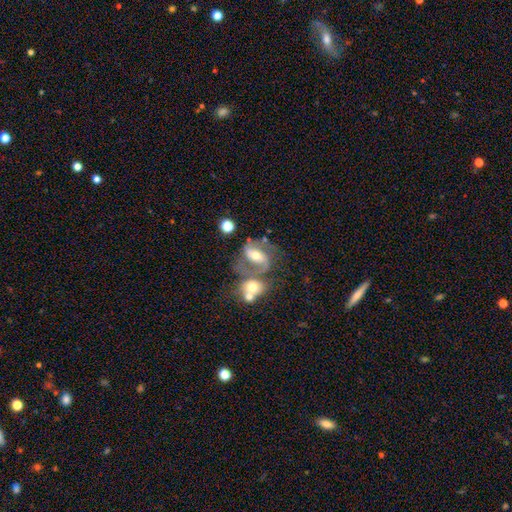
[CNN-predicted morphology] type=featured or disk (74%); edge-on=no (96%); bar=strong (40%); spiral arms=yes (87%); winding=medium (49%); arm count=2 (86%); bulge=moderate (65%); merging=merger (38%).